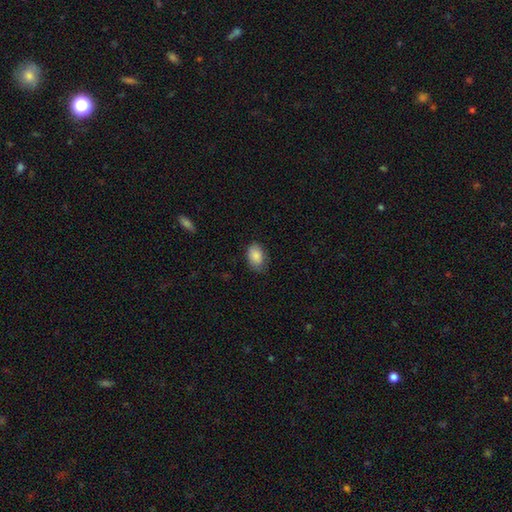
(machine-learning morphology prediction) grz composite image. It shows a smooth galaxy with no disk features (86%) that is in between round and cigar-shaped (86%). Merging: none (69%).